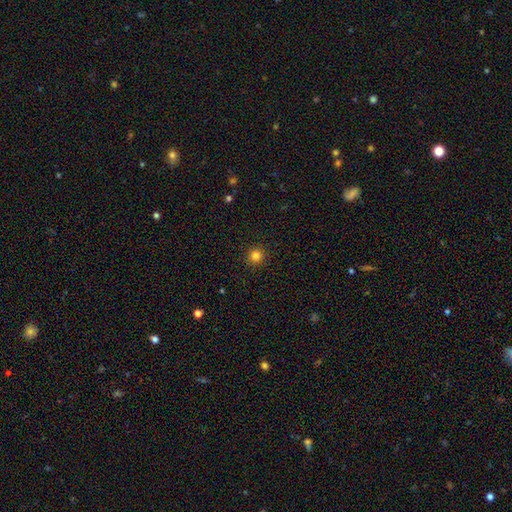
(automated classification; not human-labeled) Morphology: type=smooth (82%); roundness=round (95%); merging=none (92%).